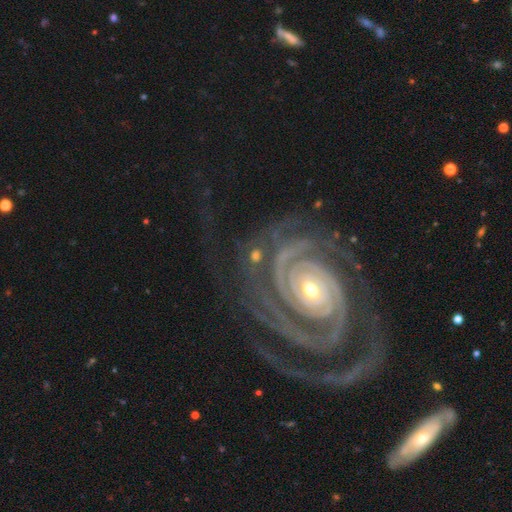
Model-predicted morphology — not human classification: type=featured or disk (72%); edge-on=no (96%); bar=no (60%); spiral arms=yes (92%); winding=tight (77%); arm count=2 (28%); bulge=moderate (47%); merging=none (72%).